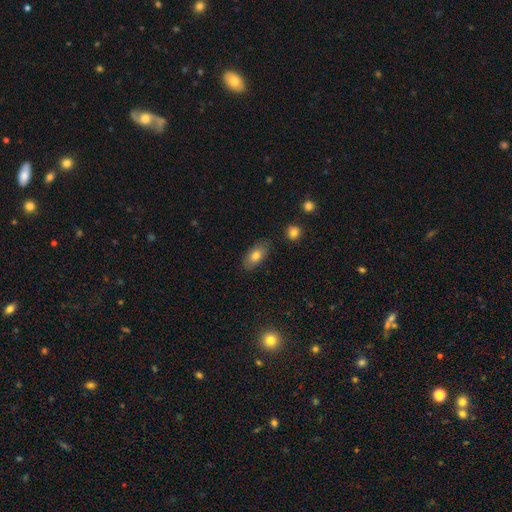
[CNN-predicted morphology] A smooth galaxy with no disk features (76%) that is in between round and cigar-shaped (89%).

Vote fractions:
- Smooth or featured? smooth: 76% / featured or disk: 16% / star or artifact: 8%
- How rounded? in between: 89% / round: 6% / cigar-shaped: 5%
- Merging? none: 83% / minor disturbance: 12% / major disturbance: 3% / merger: 2%